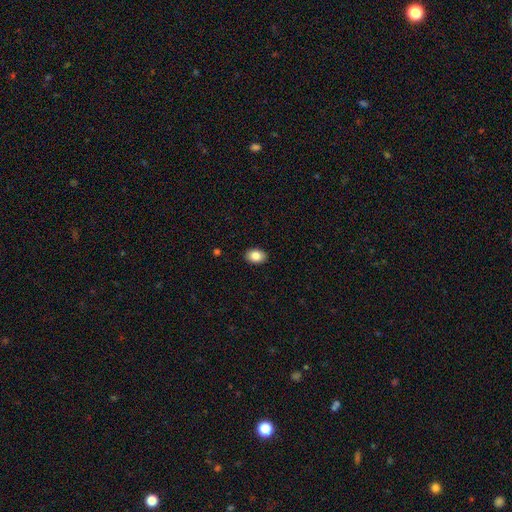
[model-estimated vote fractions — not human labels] A smooth galaxy with no disk features (85%) that is in between round and cigar-shaped (78%). Merging: none (90%).